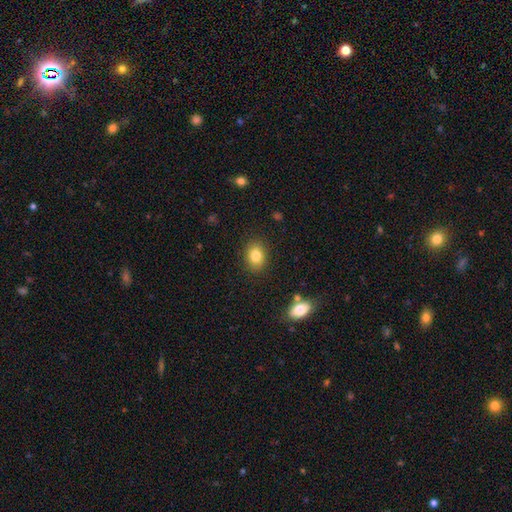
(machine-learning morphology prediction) This appears to be a smooth galaxy with no disk features (82%) that is in between round and cigar-shaped (57%). Merging: none (87%).